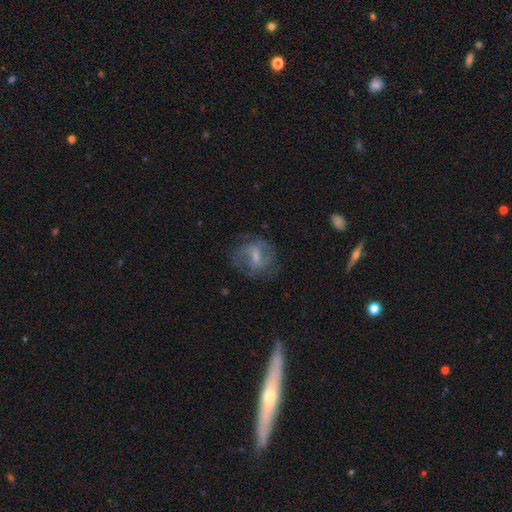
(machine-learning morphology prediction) The model was most divided on "bulge size": small: 46%, moderate: 40%, none: 11%, large: 3%, dominant: 1%. More confident: edge-on disk — no (94%); spiral arms — yes (72%); merging — none (68%); smooth or featured — featured or disk (62%); bar — weak (51%).